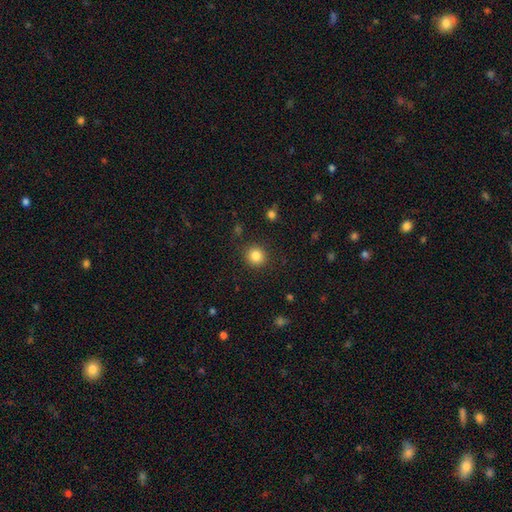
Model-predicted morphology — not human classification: type=smooth (84%); roundness=round (90%); merging=none (89%).